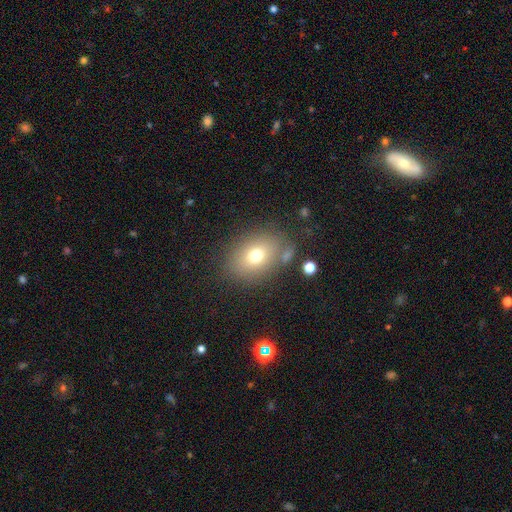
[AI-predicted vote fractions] A smooth galaxy with no disk features (71%) that is in between round and cigar-shaped (66%). Merging: none (75%).